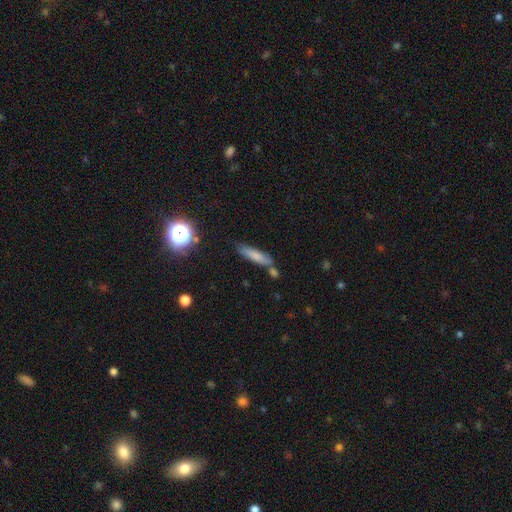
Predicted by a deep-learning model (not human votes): Smooth or featured? Predicted: smooth (p=0.72). How rounded? Predicted: cigar-shaped (p=0.74). Merging? Predicted: none (p=0.67).